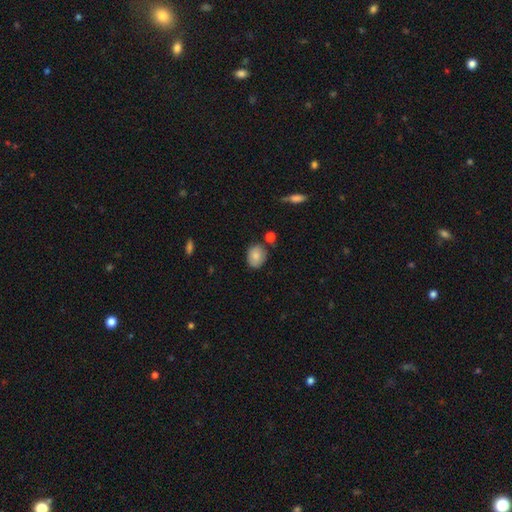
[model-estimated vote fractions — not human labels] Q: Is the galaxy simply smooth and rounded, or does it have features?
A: smooth — 83%.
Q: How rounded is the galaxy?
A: round — 52%.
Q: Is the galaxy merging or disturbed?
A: none — 75%.